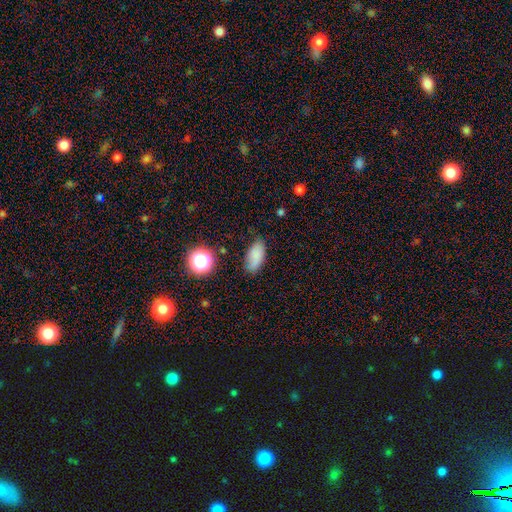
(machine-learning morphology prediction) A smooth galaxy with no disk features (81%) that is in between round and cigar-shaped (88%). Merging: none (73%).